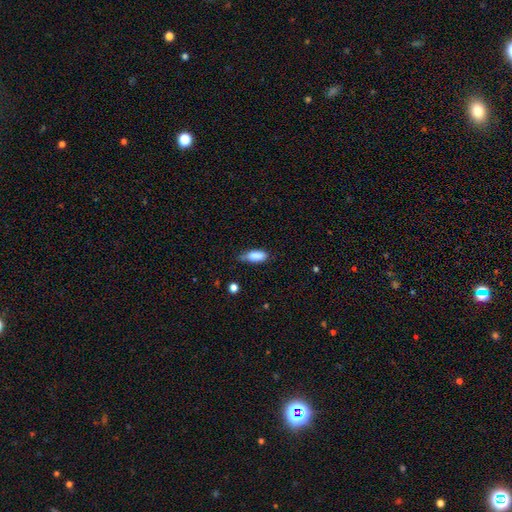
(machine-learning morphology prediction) This is clearly a smooth galaxy (83%). How rounded: likely in between (79%). Merging: possibly none (46%).